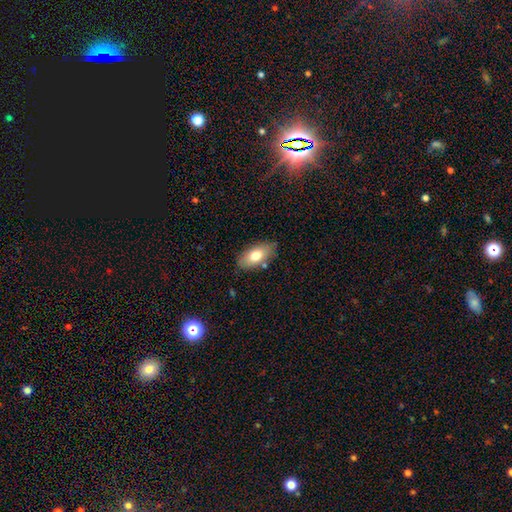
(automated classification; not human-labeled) Smooth or featured? Predicted: smooth (p=0.75). How rounded? Predicted: in between (p=0.91). Merging? Predicted: none (p=0.81).